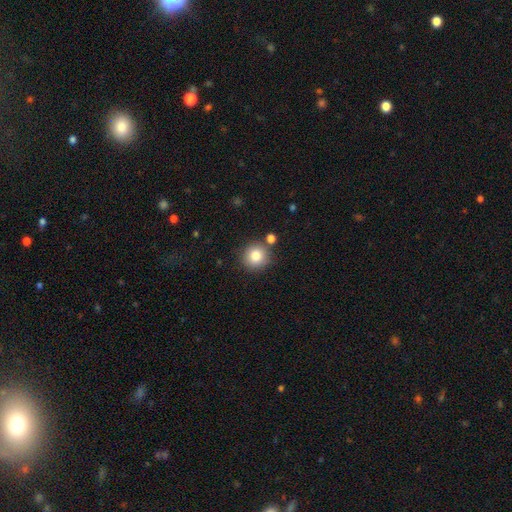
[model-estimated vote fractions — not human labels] This appears to be a smooth galaxy with no disk features (83%) that is round (92%). Merging: none (79%).